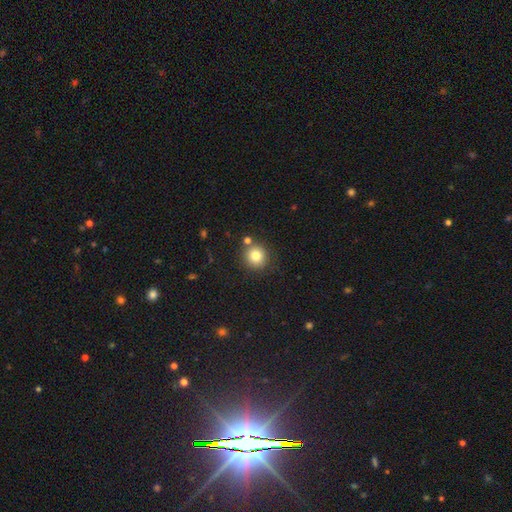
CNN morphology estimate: Smooth or featured? smooth (81%)
How rounded? round (93%)
Merging? none (81%)